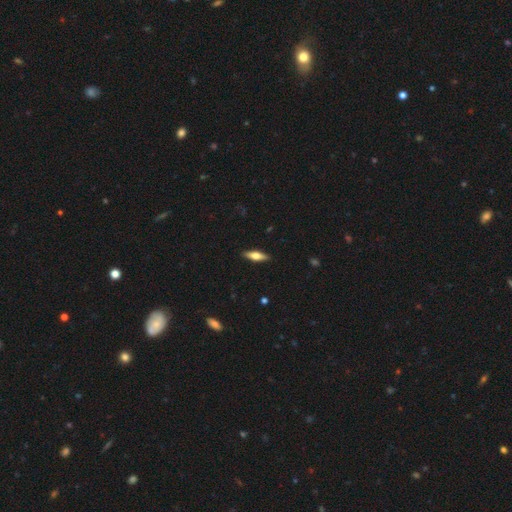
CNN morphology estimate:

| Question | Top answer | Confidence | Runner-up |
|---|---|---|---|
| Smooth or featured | smooth | 57% | featured or disk (37%) |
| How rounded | cigar-shaped | 51% | in between (46%) |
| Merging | none | 90% | minor disturbance (7%) |